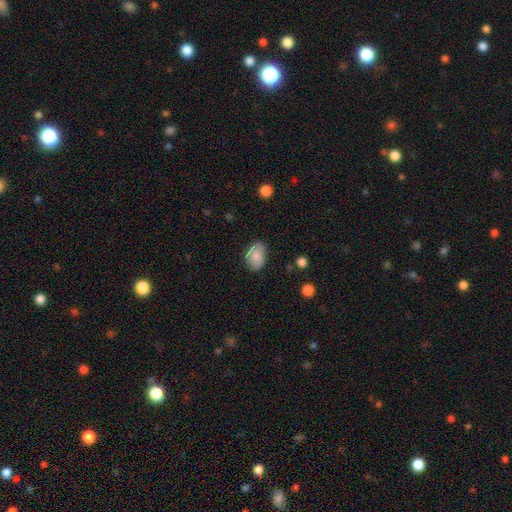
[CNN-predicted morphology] Overall: smooth (80%). How rounded: in between (80%). Merging: none (75%).